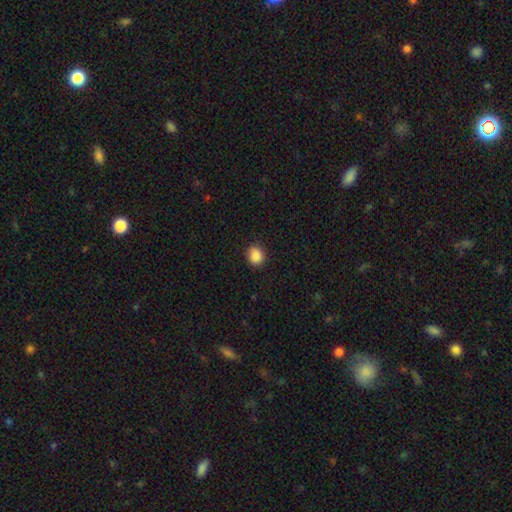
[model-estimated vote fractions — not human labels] smooth 89%, star or artifact 9%, featured or disk 3%. Down the decision tree: how rounded — round (68%); merging — none (88%).